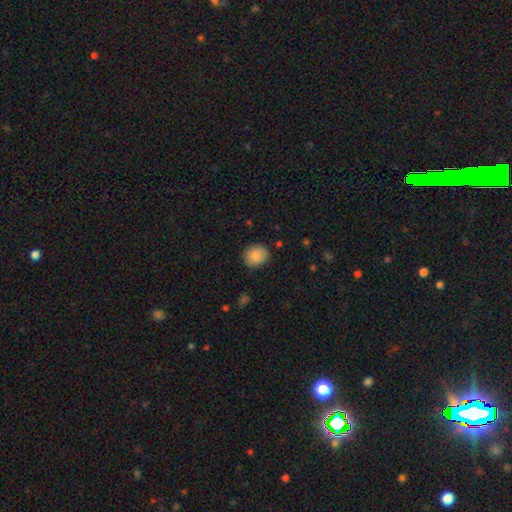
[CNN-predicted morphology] The model was most divided on "how rounded": round: 66%, in between: 33%, cigar-shaped: 1%. More confident: smooth or featured — smooth (85%); merging — none (84%).